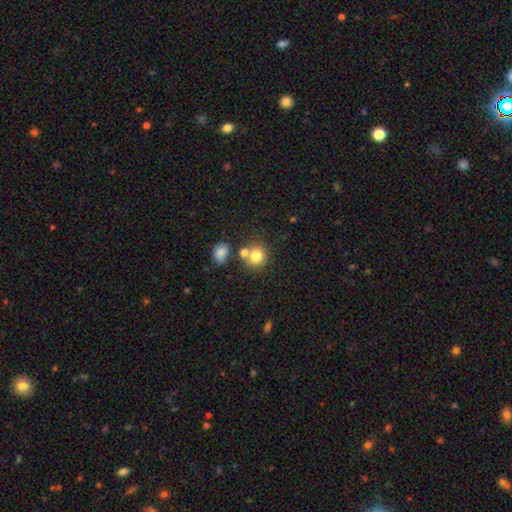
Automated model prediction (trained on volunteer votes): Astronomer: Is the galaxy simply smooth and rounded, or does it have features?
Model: smooth — 79%.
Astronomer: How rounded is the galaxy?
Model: round — 83%.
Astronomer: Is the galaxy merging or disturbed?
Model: none — 57%.